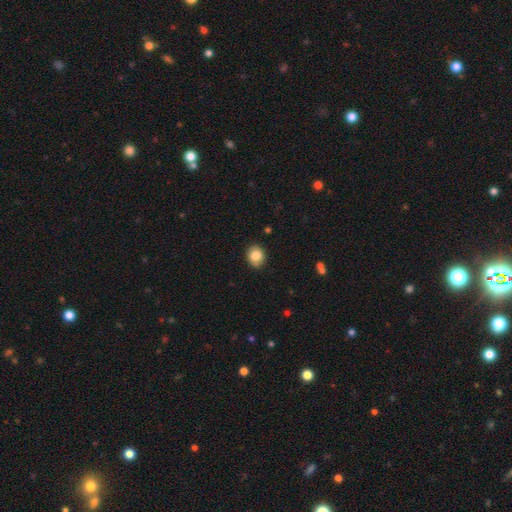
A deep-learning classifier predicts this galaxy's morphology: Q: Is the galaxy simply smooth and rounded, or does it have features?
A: smooth — 83%.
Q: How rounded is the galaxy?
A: round — 60%.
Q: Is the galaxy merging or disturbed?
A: none — 86%.